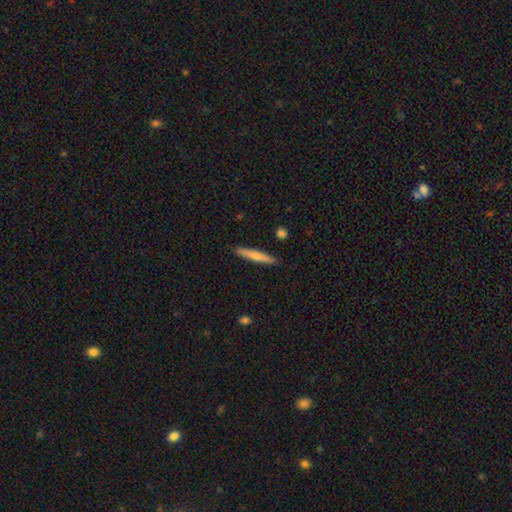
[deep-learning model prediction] The model was most divided on "smooth or featured": smooth: 68%, featured or disk: 26%, star or artifact: 6%. More confident: how rounded — cigar-shaped (94%); merging — none (89%).